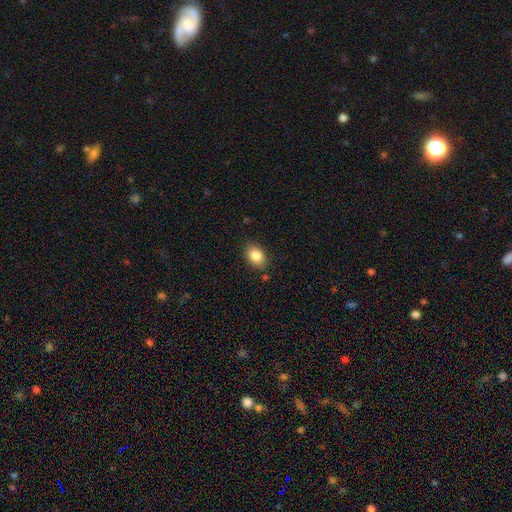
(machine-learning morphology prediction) smooth-or-featured: smooth: 85% | star or artifact: 8% | featured or disk: 7%
  how-rounded: in between: 79% | round: 20% | cigar-shaped: 1%
  merging: none: 85% | minor disturbance: 11% | major disturbance: 3% | merger: 2%